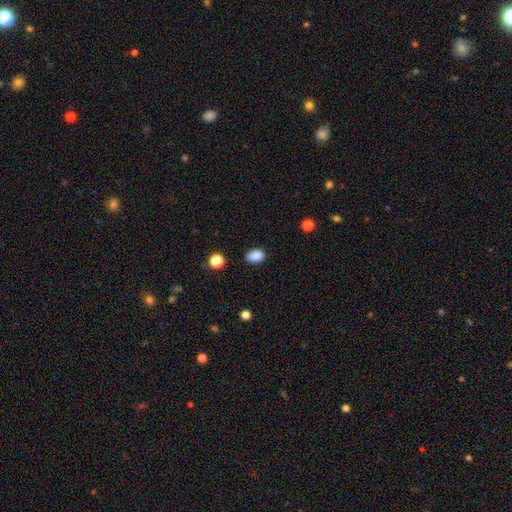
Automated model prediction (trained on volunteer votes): The model was most divided on "how rounded": in between: 81%, round: 18%, cigar-shaped: 1%. More confident: smooth or featured — smooth (87%); merging — none (79%).